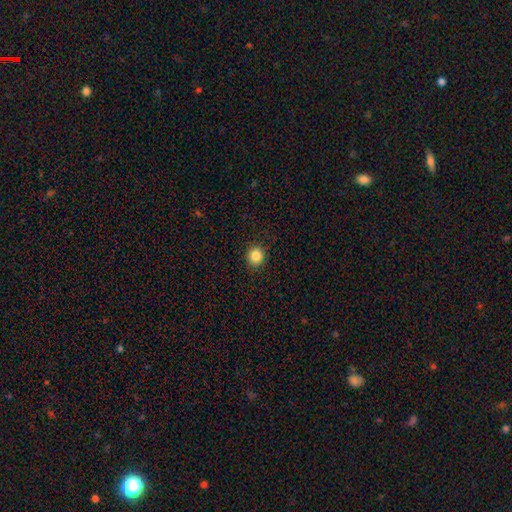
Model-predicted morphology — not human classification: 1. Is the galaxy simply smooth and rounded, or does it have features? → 85% smooth, 11% star or artifact, 4% featured or disk.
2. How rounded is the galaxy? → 89% round, 10% in between, 1% cigar-shaped.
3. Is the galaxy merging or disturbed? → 91% none, 6% minor disturbance, 2% major disturbance, 1% merger.